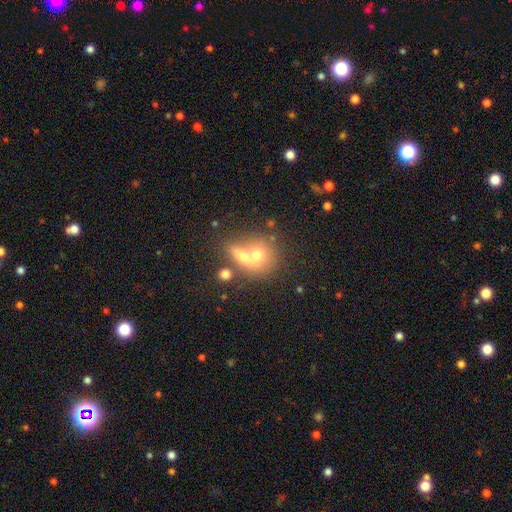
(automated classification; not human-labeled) Q: Smooth or featured?
A: smooth (62%); runner-up: featured or disk (26%)
Q: How rounded?
A: round (68%); runner-up: in between (29%)
Q: Merging?
A: merger (59%); runner-up: none (27%)